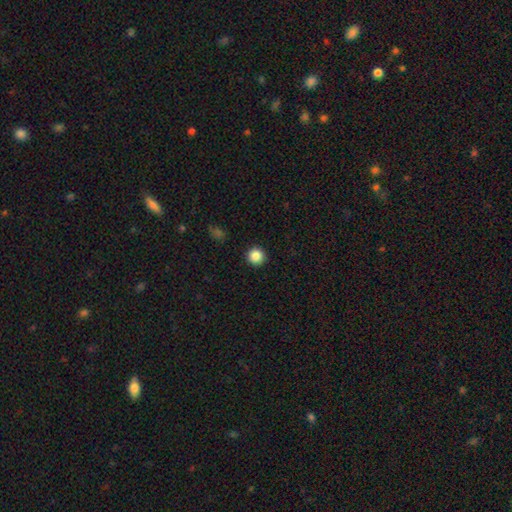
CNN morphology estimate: A smooth galaxy with no disk features (87%) that is round (95%).

Vote fractions:
- Smooth or featured? smooth: 87% / star or artifact: 10% / featured or disk: 4%
- How rounded? round: 95% / in between: 4% / cigar-shaped: 1%
- Merging? none: 93% / minor disturbance: 5% / major disturbance: 2% / merger: 1%